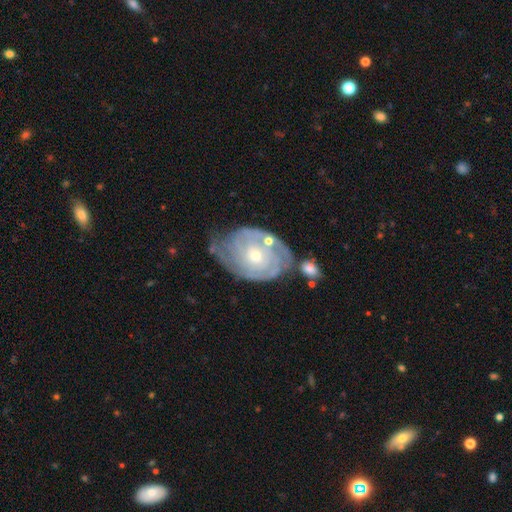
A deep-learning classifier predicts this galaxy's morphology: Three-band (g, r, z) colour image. It shows a featured or disk galaxy (86%) with no bar (76%), tight (79%) spiral arms (95%) and a small central bulge (60%). Merging: none (54%).